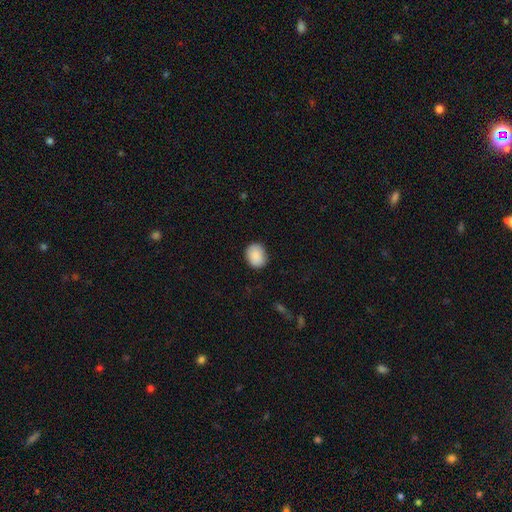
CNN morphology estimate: Overall: smooth (90%). How rounded: round (54%; in between 45%). Merging: none (85%).